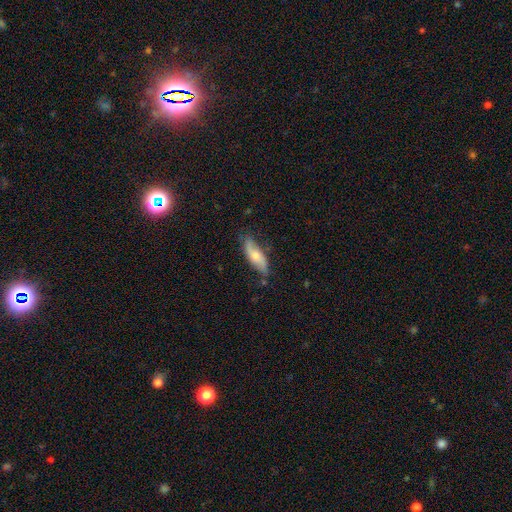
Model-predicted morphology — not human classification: This appears to be a smooth galaxy with no disk features (55%) that is in between round and cigar-shaped (62%). Merging: none (68%).